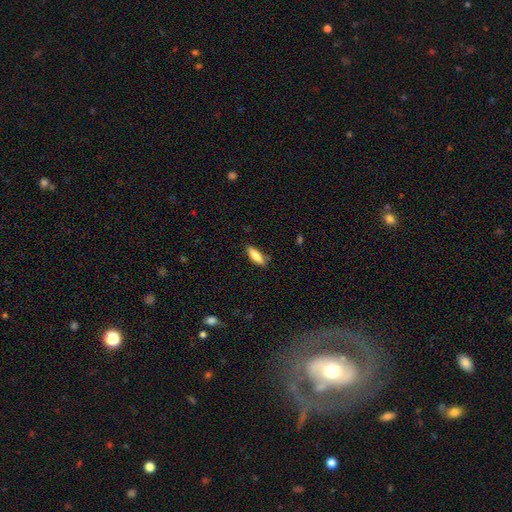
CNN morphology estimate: Overall: smooth (82%). How rounded: in between (56%; cigar-shaped 42%). Merging: none (82%).